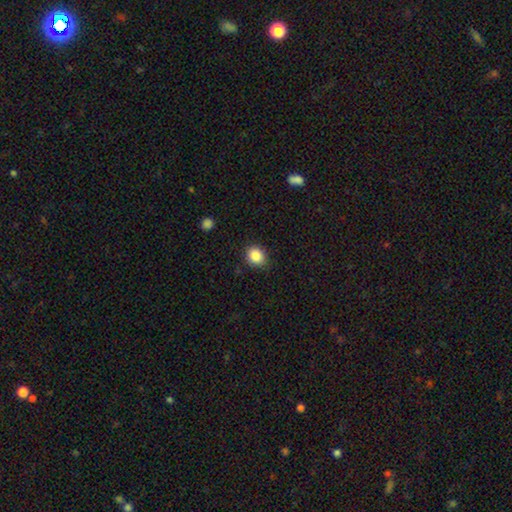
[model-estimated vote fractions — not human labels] A smooth galaxy with no disk features (86%) that is round (68%).

Vote fractions:
- Smooth or featured? smooth: 86% / star or artifact: 9% / featured or disk: 4%
- How rounded? round: 68% / in between: 31% / cigar-shaped: 1%
- Merging? none: 87% / minor disturbance: 9% / major disturbance: 2% / merger: 1%